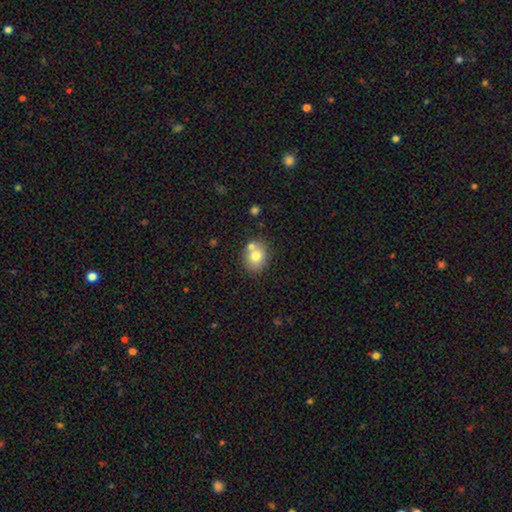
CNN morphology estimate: This appears to be a smooth galaxy with no disk features (76%) that is round (56%). Merging: none (65%).